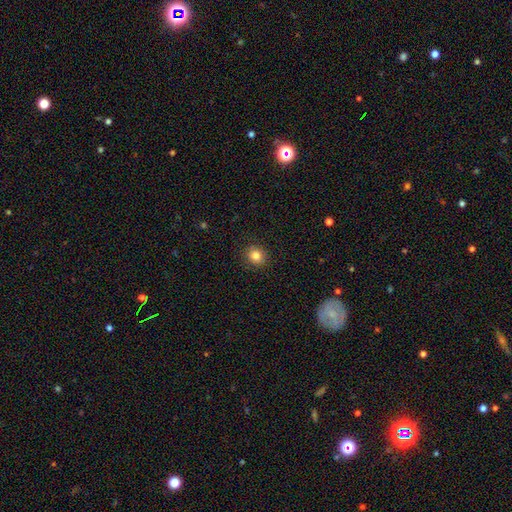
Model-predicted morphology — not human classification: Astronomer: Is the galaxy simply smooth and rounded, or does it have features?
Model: smooth — 84%.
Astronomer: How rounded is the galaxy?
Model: round — 78%.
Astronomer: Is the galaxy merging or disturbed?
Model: none — 90%.